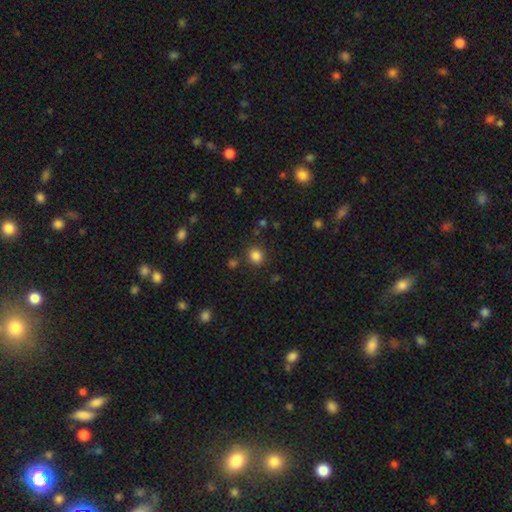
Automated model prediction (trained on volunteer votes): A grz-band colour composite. It shows a smooth galaxy with no disk features (84%) that is round (85%). Merging: none (87%).